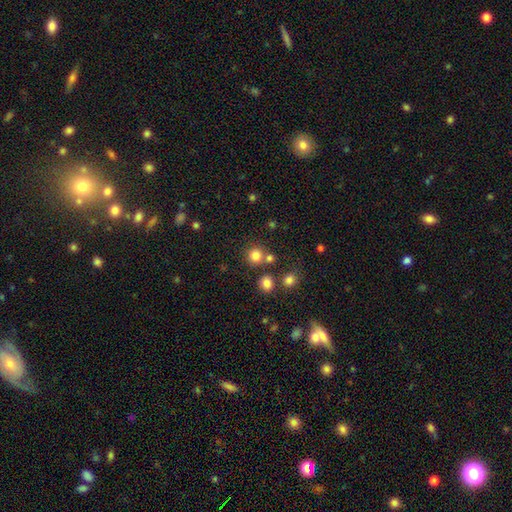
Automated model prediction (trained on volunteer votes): Overall: smooth (80%). How rounded: round (91%). Merging: none (74%).